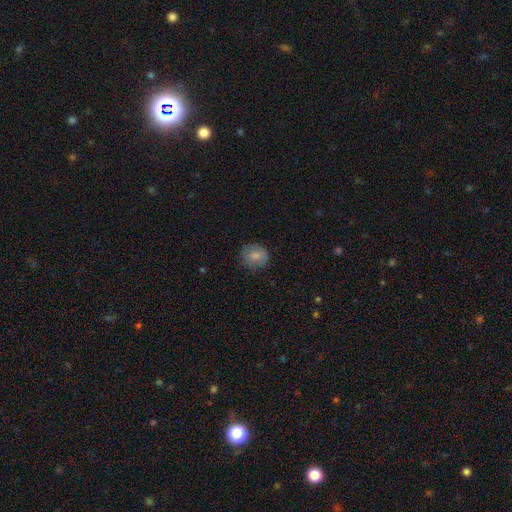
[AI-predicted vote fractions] Overall: smooth (82%). How rounded: round (79%). Merging: none (83%).